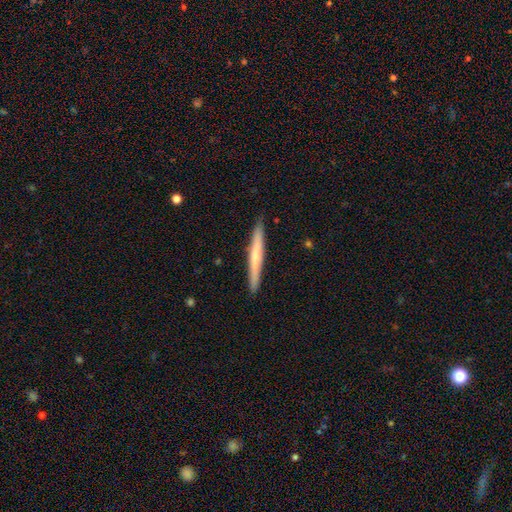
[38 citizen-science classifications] This appears to be a smooth galaxy with no disk features (55%) that is cigar-shaped (95%). Merging: none (92%).